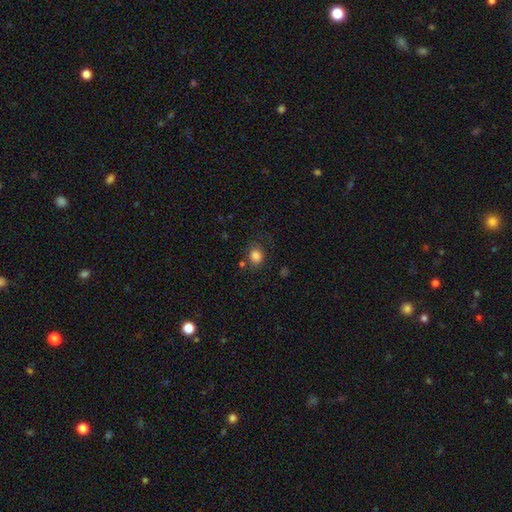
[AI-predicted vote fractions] Morphology: type=smooth (82%); roundness=round (58%); merging=none (68%).